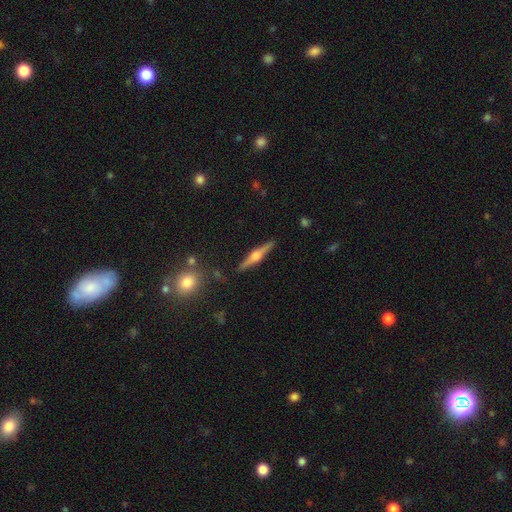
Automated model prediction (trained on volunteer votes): A featured or disk galaxy (76%) viewed edge-on (98%) with a rounded central bulge (93%). Merging: none (90%).